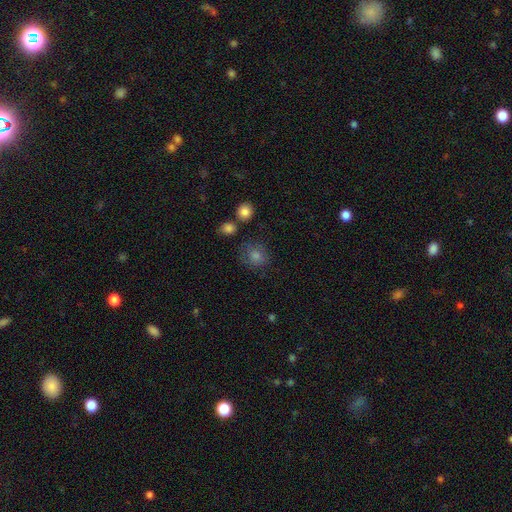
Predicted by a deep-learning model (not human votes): Smooth or featured? smooth (69%)
How rounded? round (79%)
Merging? none (74%)